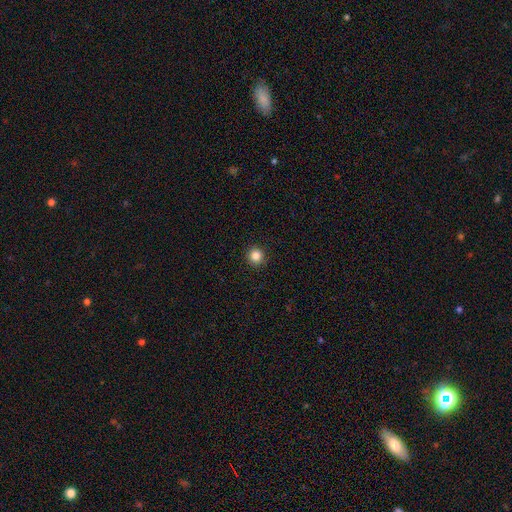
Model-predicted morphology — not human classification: This appears to be a smooth galaxy with no disk features (85%) that is round (95%). Merging: none (93%).